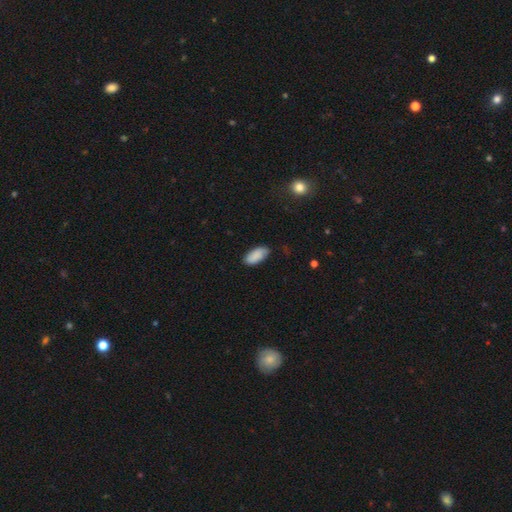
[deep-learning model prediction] smooth-or-featured: smooth: 87% | featured or disk: 7% | star or artifact: 6%
  how-rounded: in between: 90% | cigar-shaped: 8% | round: 2%
  merging: none: 78% | minor disturbance: 18% | major disturbance: 3% | merger: 1%